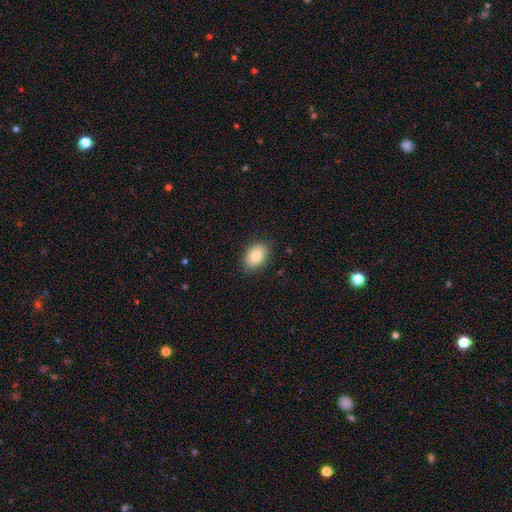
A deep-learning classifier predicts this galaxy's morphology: Overall: smooth (83%). How rounded: in between (80%). Merging: none (87%).